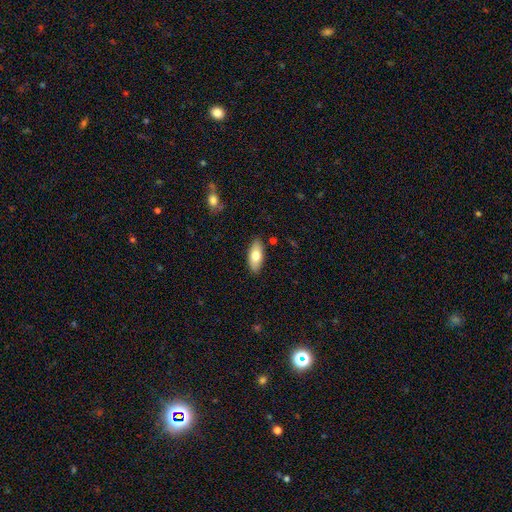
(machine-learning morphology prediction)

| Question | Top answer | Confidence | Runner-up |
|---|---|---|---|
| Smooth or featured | smooth | 74% | featured or disk (20%) |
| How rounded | in between | 83% | cigar-shaped (14%) |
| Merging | none | 87% | minor disturbance (9%) |